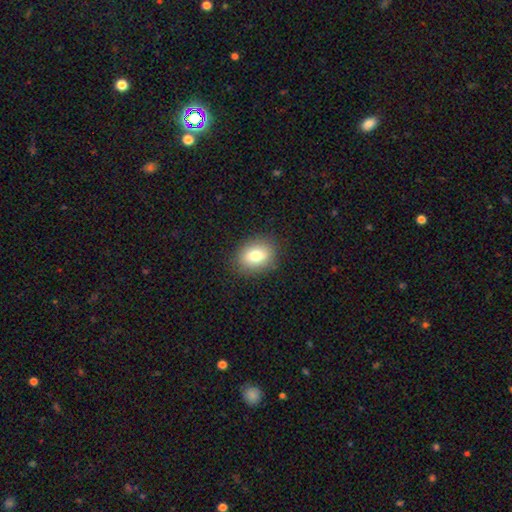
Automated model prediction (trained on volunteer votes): This is likely a smooth galaxy (78%). How rounded: likely in between (62%). Merging: clearly none (87%).